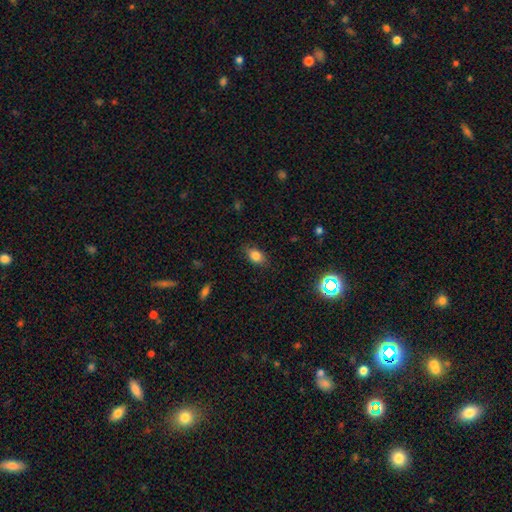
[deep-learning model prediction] smooth 82%, star or artifact 10%, featured or disk 7%. Down the decision tree: how rounded — in between (81%); merging — none (83%).